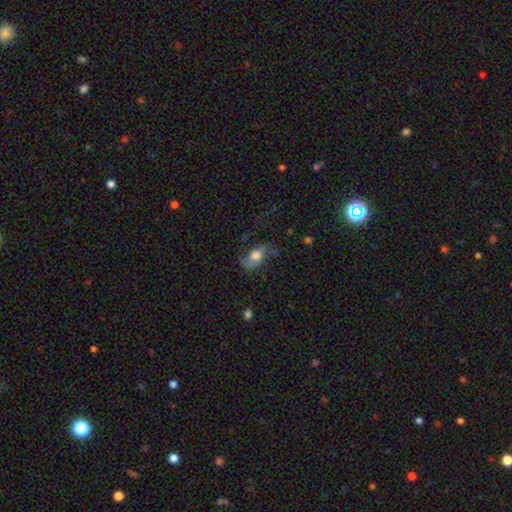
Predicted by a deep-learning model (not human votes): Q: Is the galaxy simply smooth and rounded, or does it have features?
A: smooth — 56%.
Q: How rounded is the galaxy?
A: in between — 83%.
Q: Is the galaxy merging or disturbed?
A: none — 55%.